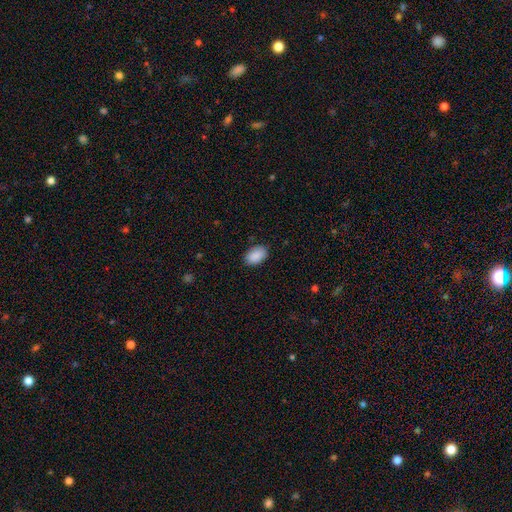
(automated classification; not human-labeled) A smooth galaxy with no disk features (90%) that is in between round and cigar-shaped (90%). Merging: none (85%).